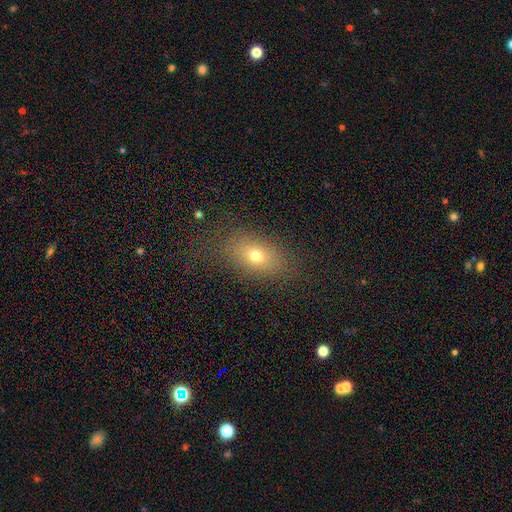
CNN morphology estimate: This is likely a smooth galaxy (70%). How rounded: likely in between (76%). Merging: clearly none (81%).